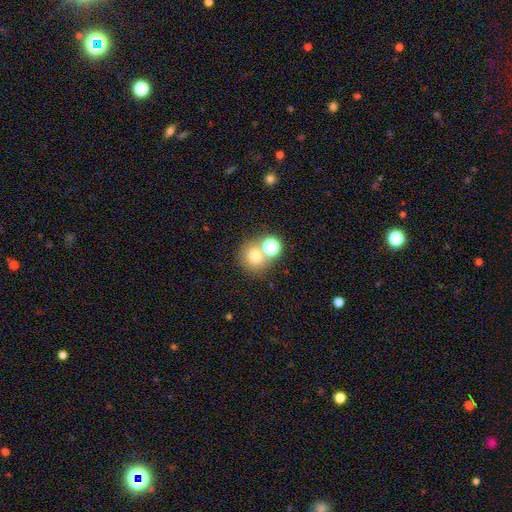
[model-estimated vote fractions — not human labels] smooth_or_featured: smooth (p=0.72) [alt: star or artifact p=0.17]
how_rounded: round (p=0.85) [alt: in between p=0.14]
merging: none (p=0.55) [alt: merger p=0.33]